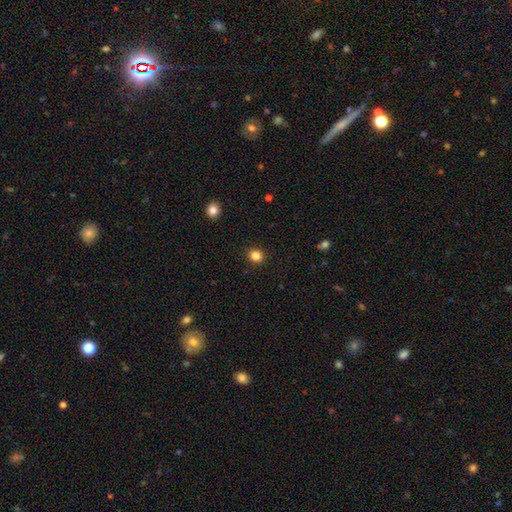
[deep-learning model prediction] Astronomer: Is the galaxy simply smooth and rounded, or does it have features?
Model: smooth — 84%.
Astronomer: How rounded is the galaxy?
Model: round — 85%.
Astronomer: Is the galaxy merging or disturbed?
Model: none — 92%.